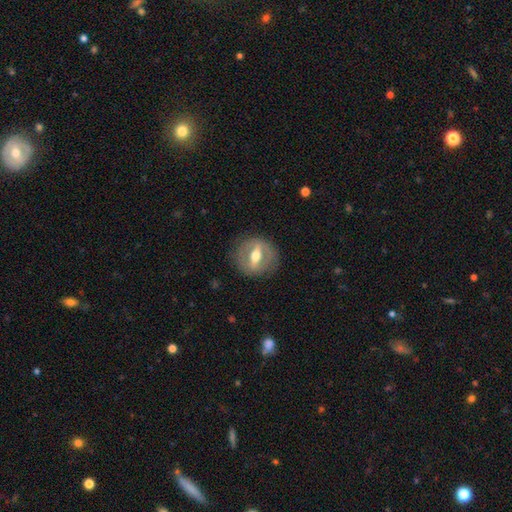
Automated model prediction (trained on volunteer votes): Morphology: type=featured or disk (69%); edge-on=no (72%); merging=none (84%).